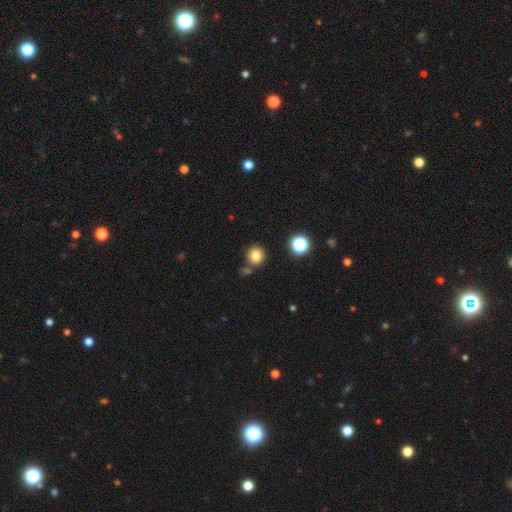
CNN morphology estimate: Smooth or featured? smooth (80%)
How rounded? round (91%)
Merging? none (80%)